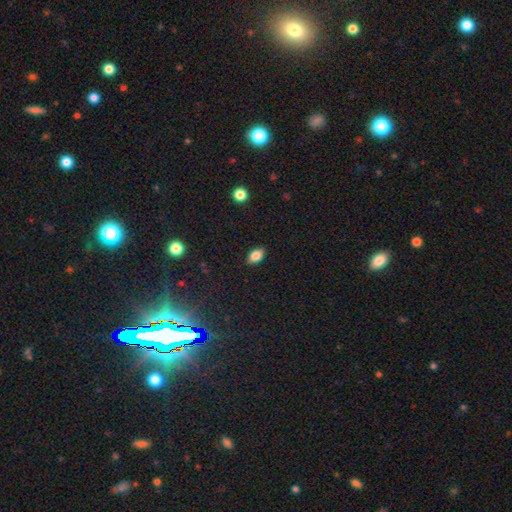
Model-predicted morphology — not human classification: Smooth or featured? smooth (82%)
How rounded? in between (88%)
Merging? none (87%)